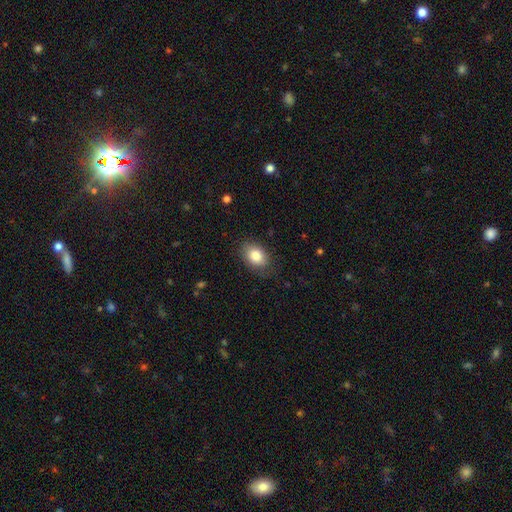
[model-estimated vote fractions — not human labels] smooth-or-featured: smooth: 85% | featured or disk: 8% | star or artifact: 7%
  how-rounded: in between: 81% | round: 18% | cigar-shaped: 1%
  merging: none: 79% | minor disturbance: 16% | major disturbance: 4% | merger: 1%